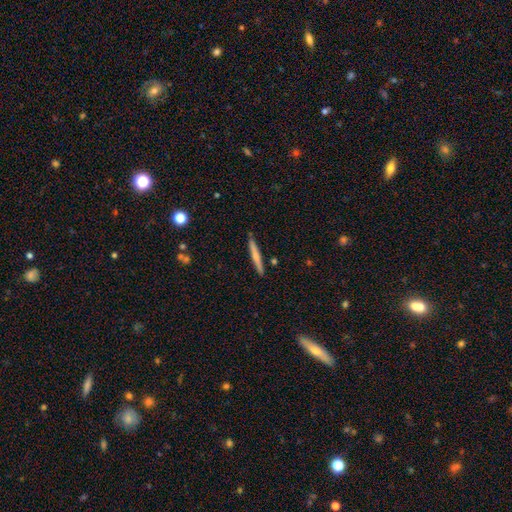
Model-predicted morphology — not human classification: This appears to be a smooth galaxy with no disk features (59%) that is cigar-shaped (96%). Merging: none (90%).